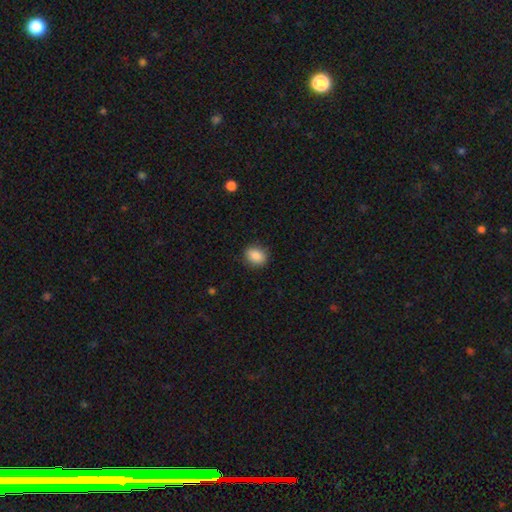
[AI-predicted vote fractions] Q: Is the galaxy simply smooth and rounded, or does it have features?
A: smooth — 87%.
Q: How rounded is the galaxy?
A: in between — 57%.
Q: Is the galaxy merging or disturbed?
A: none — 87%.